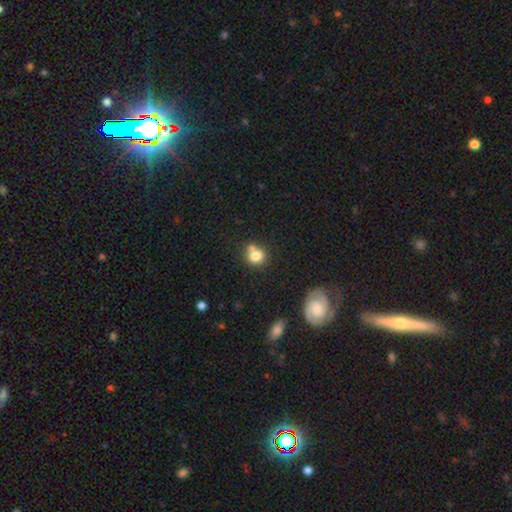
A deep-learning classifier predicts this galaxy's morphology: Smooth or featured: smooth — 77% (featured or disk — 12%)
How rounded: round — 77% (in between — 22%)
Merging: none — 52% (merger — 33%)